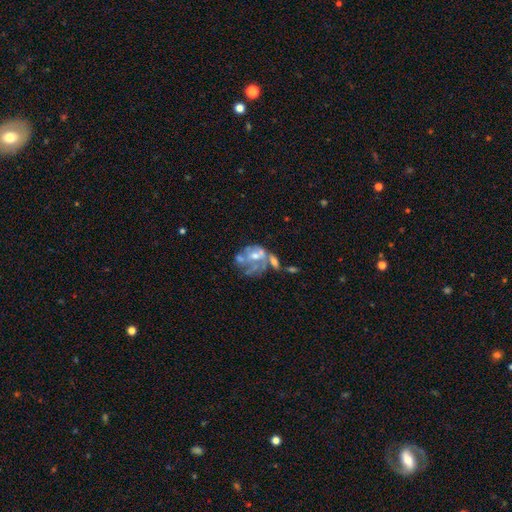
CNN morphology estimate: Overall: featured or disk (64%; smooth 25%). Edge-on disk: no (97%). Bar: no (80%). Spiral arms: no (74%). Bulge size: moderate (50%; small 30%). Merging: merger (37%; major disturbance 26%).